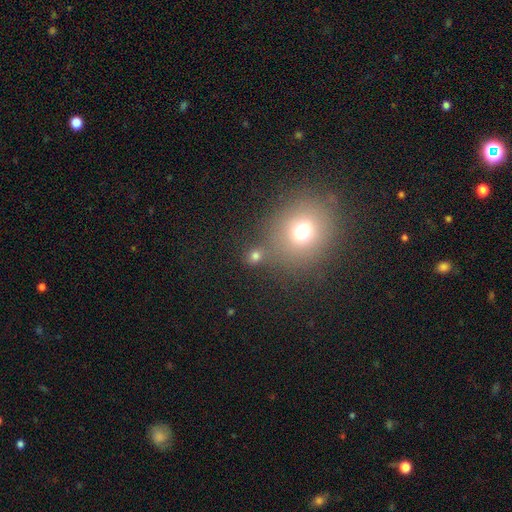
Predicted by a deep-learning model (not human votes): Overall: smooth (71%). How rounded: round (73%). Merging: none (67%).